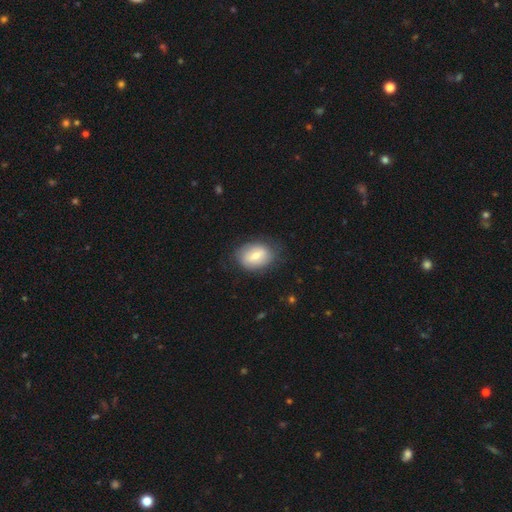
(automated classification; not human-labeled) Overall: smooth (65%; featured or disk 28%). How rounded: in between (75%). Merging: none (77%).